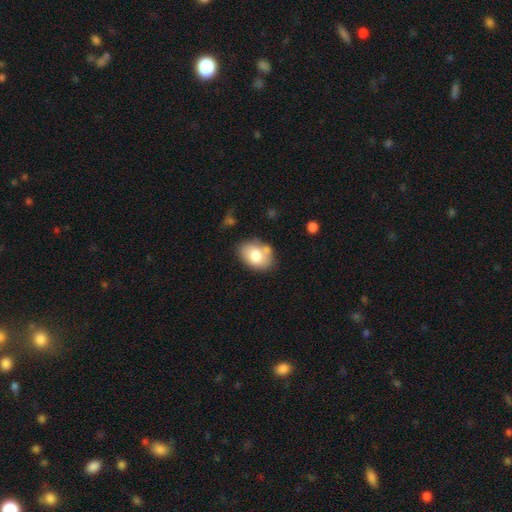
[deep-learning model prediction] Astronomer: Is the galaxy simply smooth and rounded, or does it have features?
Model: smooth — 76%.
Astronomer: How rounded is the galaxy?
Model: in between — 78%.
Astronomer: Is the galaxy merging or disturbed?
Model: none — 66%.